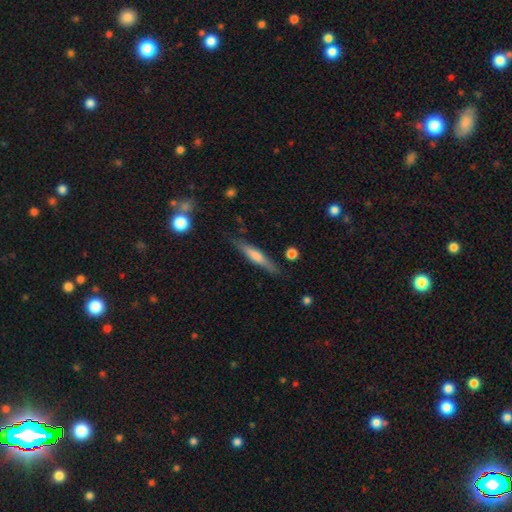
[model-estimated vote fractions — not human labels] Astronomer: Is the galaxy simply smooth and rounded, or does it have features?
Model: featured or disk — 50% (runner-up: smooth, 44%).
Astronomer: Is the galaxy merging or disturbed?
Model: none — 84%.